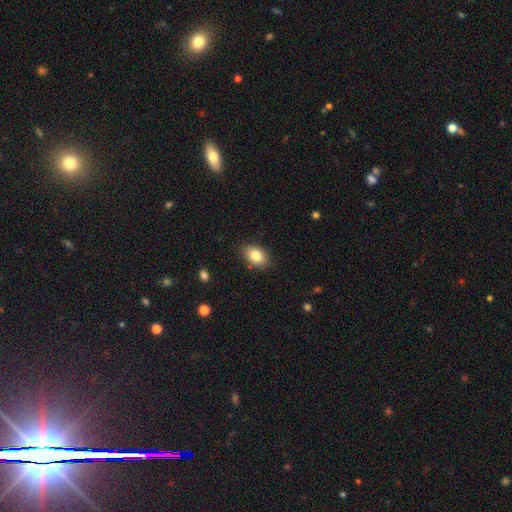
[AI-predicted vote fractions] Smooth or featured? Predicted: smooth (p=0.82). How rounded? Predicted: in between (p=0.87). Merging? Predicted: none (p=0.85).